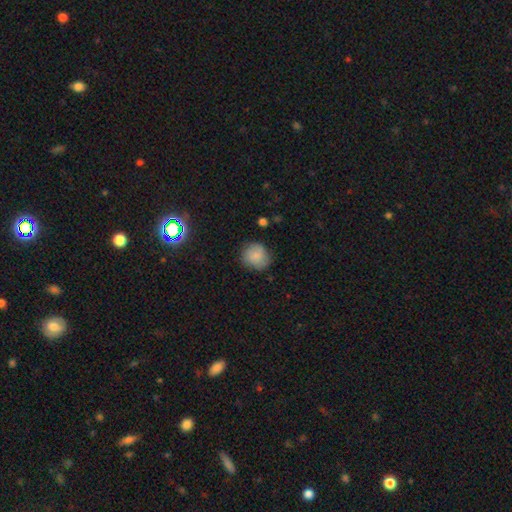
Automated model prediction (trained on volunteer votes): Morphology: type=smooth (79%); roundness=round (85%); merging=none (76%).